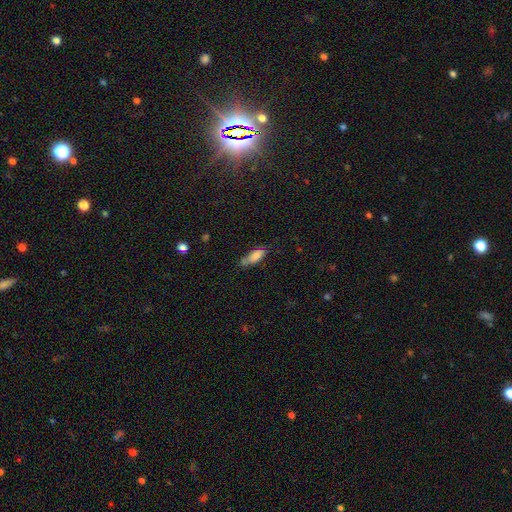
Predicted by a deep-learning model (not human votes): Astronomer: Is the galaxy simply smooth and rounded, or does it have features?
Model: smooth — 78%.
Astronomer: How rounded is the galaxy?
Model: in between — 66%.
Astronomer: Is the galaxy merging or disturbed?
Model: none — 55%.